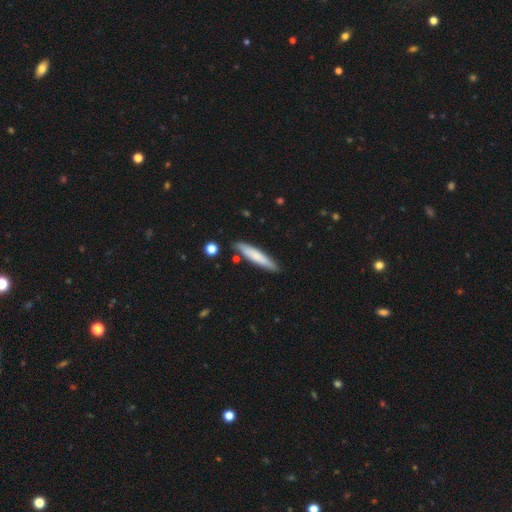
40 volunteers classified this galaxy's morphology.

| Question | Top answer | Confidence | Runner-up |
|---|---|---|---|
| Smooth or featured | smooth | 80% | featured or disk (12%) |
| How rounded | cigar-shaped | 91% | in between (9%) |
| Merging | none | 84% | minor disturbance (11%) |